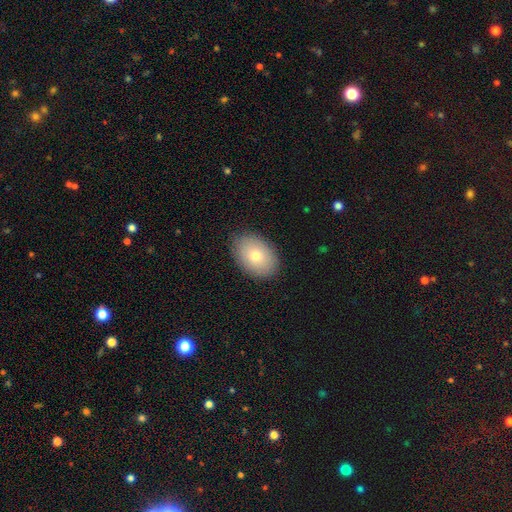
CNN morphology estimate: Smooth or featured?
  - smooth: 75% *
  - featured or disk: 17%
  - star or artifact: 8%
How rounded?
  - in between: 83% *
  - round: 16%
  - cigar-shaped: 1%
Merging?
  - none: 87% *
  - minor disturbance: 9%
  - major disturbance: 2%
  - merger: 1%